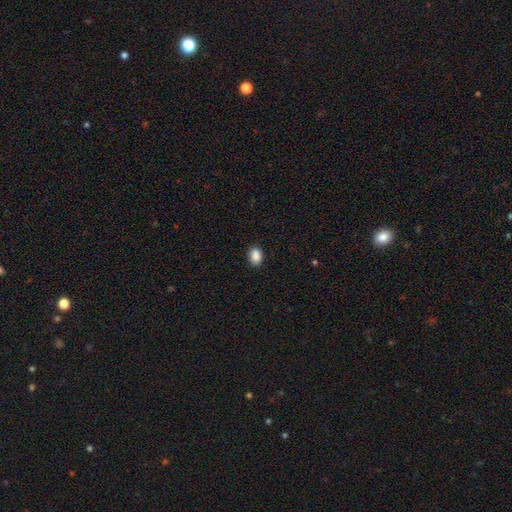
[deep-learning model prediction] Smooth or featured?
  - smooth: 89% *
  - star or artifact: 8%
  - featured or disk: 3%
How rounded?
  - in between: 76% *
  - round: 23%
  - cigar-shaped: 1%
Merging?
  - none: 89% *
  - minor disturbance: 8%
  - major disturbance: 2%
  - merger: 1%